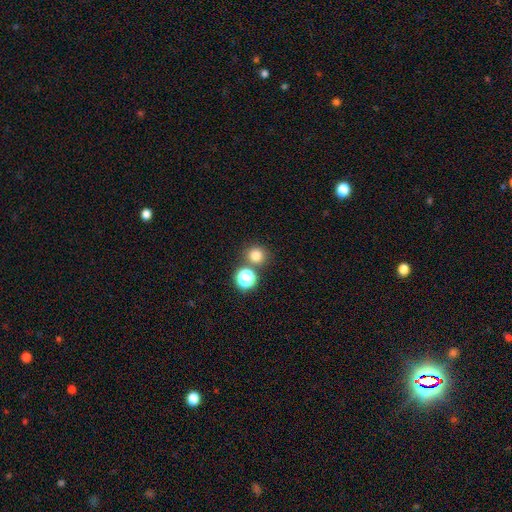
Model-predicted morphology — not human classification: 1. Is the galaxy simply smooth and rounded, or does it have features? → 78% smooth, 17% star or artifact, 5% featured or disk.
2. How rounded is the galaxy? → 89% round, 10% in between, 1% cigar-shaped.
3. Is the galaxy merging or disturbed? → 75% none, 15% merger, 7% minor disturbance, 3% major disturbance.